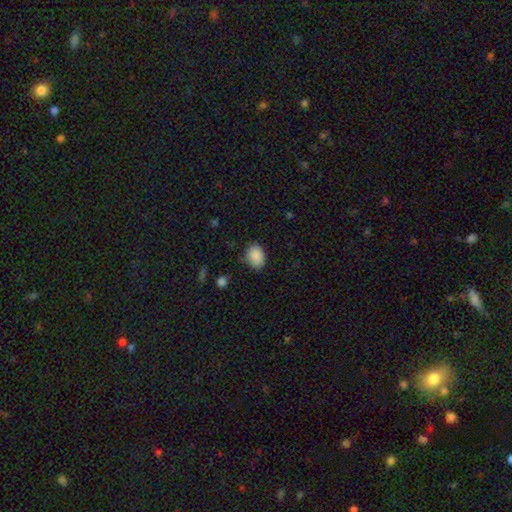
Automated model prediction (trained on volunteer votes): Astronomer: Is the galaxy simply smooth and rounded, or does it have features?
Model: smooth — 89%.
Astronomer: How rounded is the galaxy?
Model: in between — 72%.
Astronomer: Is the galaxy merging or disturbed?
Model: none — 79%.